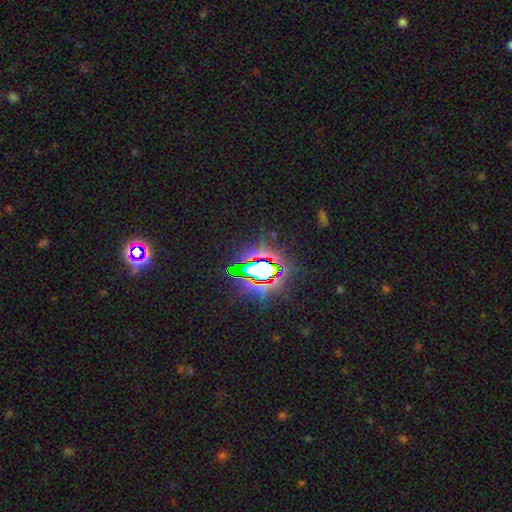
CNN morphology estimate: Smooth or featured: star or artifact — 83% (smooth — 10%)